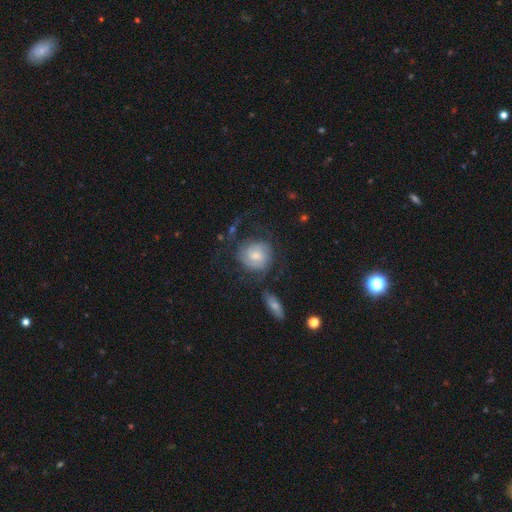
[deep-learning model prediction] The model was most divided on "bulge size": small: 45%, moderate: 44%, large: 6%, none: 3%, dominant: 2%. More confident: edge-on disk — no (97%); spiral arms — yes (83%); bar — no (62%); smooth or featured — featured or disk (58%); merging — none (55%).